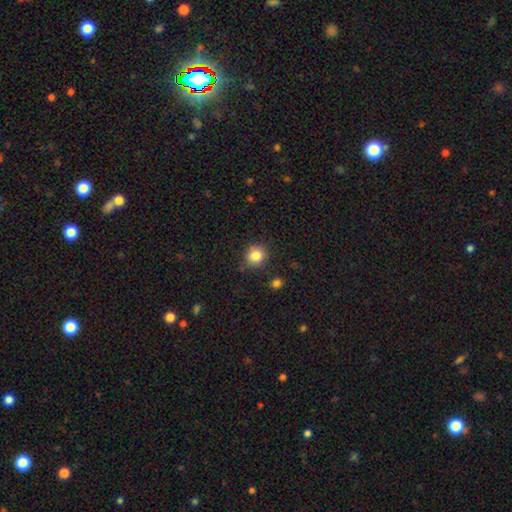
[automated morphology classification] Overall: smooth (83%). How rounded: round (88%). Merging: none (83%).